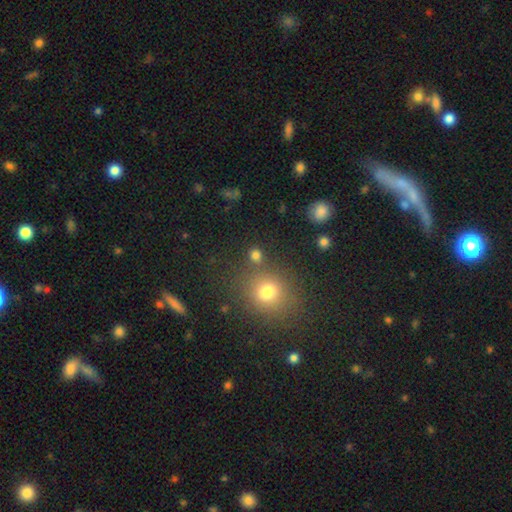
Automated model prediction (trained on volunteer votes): Morphology: type=smooth (77%); roundness=round (85%); merging=none (77%).